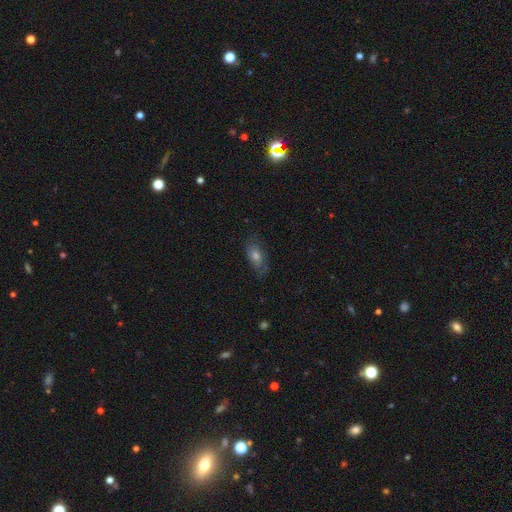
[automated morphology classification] Overall: smooth (53%; featured or disk 31%). How rounded: in between (80%). Merging: none (73%).